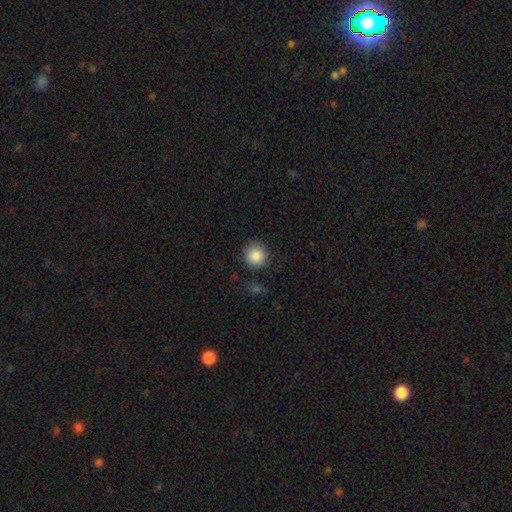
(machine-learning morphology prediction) A smooth galaxy with no disk features (87%) that is round (94%).

Vote fractions:
- Smooth or featured? smooth: 87% / star or artifact: 9% / featured or disk: 4%
- How rounded? round: 94% / in between: 5% / cigar-shaped: 1%
- Merging? none: 87% / minor disturbance: 8% / major disturbance: 3% / merger: 2%